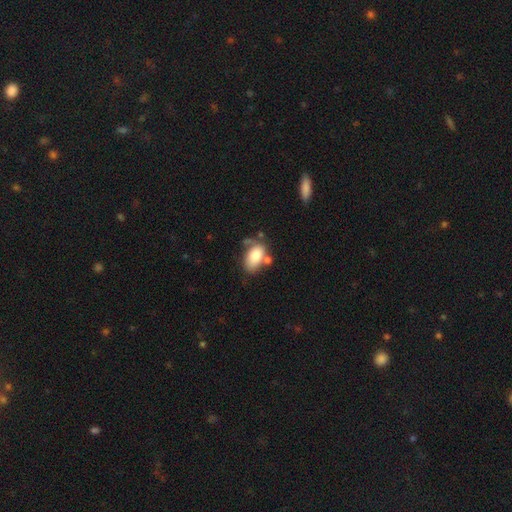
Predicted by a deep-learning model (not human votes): smooth 78%, featured or disk 15%, star or artifact 7%. Down the decision tree: how rounded — in between (91%); merging — none (47%).